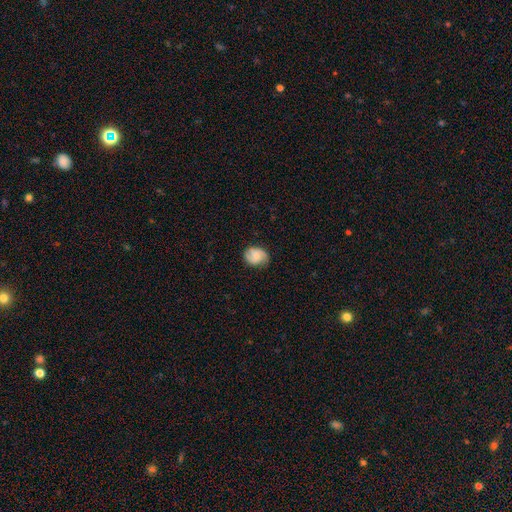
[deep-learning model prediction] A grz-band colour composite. It shows a featured or disk galaxy (47%). Merging: none (76%).